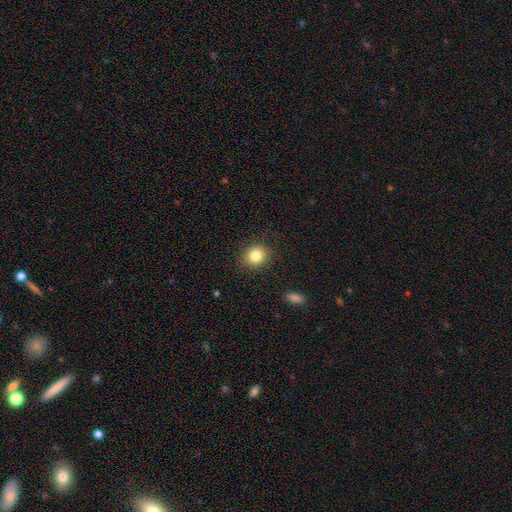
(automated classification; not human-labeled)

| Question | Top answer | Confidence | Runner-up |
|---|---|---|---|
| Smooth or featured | smooth | 83% | star or artifact (10%) |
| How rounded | round | 80% | in between (19%) |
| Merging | none | 89% | minor disturbance (7%) |